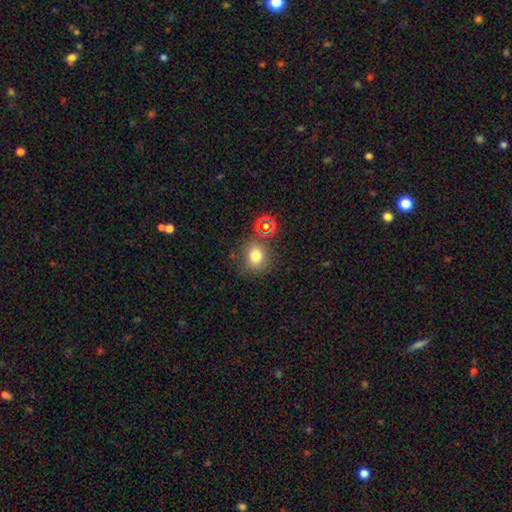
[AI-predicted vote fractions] smooth-or-featured: smooth: 74% | star or artifact: 17% | featured or disk: 9%
  how-rounded: round: 78% | in between: 21% | cigar-shaped: 1%
  merging: none: 75% | minor disturbance: 13% | merger: 8% | major disturbance: 5%